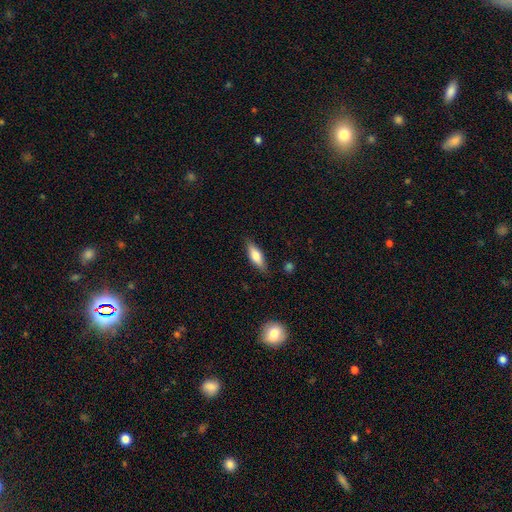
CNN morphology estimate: Q: Smooth or featured?
A: smooth (68%); runner-up: featured or disk (25%)
Q: How rounded?
A: in between (53%); runner-up: cigar-shaped (45%)
Q: Merging?
A: none (83%); runner-up: minor disturbance (13%)